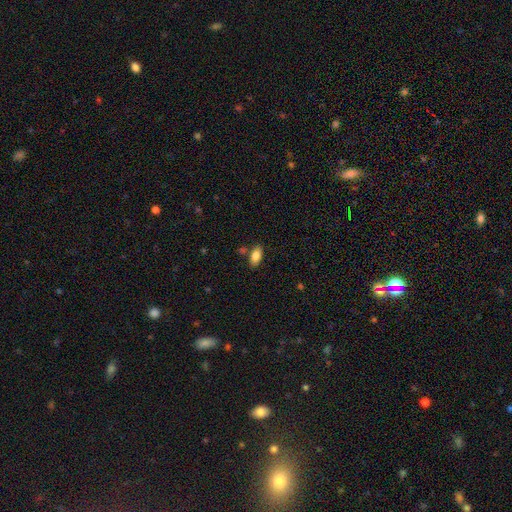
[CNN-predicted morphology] Smooth or featured?
  - smooth: 83% *
  - featured or disk: 10%
  - star or artifact: 8%
How rounded?
  - in between: 90% *
  - cigar-shaped: 6%
  - round: 3%
Merging?
  - none: 79% *
  - minor disturbance: 12%
  - merger: 7%
  - major disturbance: 3%